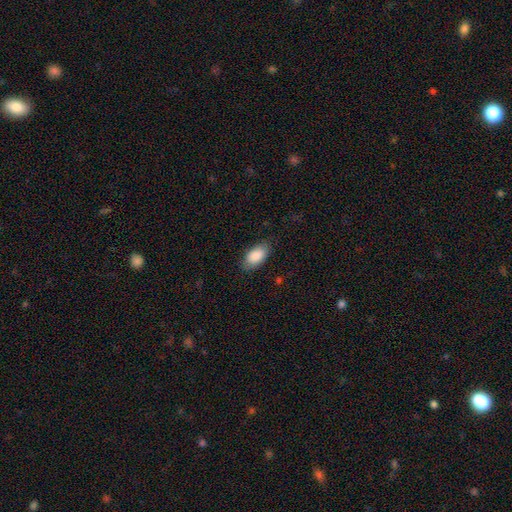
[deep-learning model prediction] smooth-or-featured: smooth: 89% | star or artifact: 6% | featured or disk: 5%
  how-rounded: in between: 94% | round: 4% | cigar-shaped: 3%
  merging: none: 81% | minor disturbance: 14% | major disturbance: 3% | merger: 1%